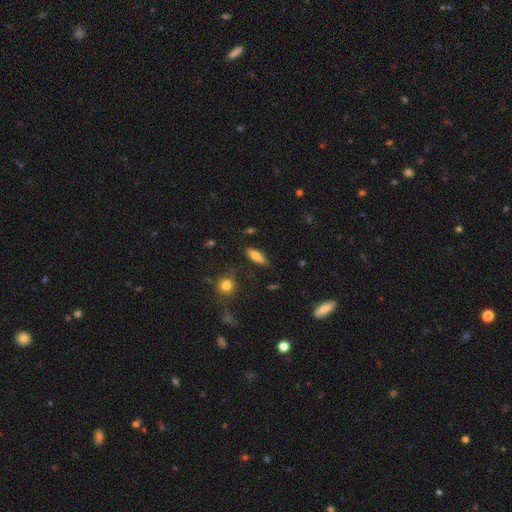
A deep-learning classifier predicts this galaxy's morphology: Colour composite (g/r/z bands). It shows a smooth galaxy with no disk features (70%) that is in between round and cigar-shaped (64%). Merging: none (82%).